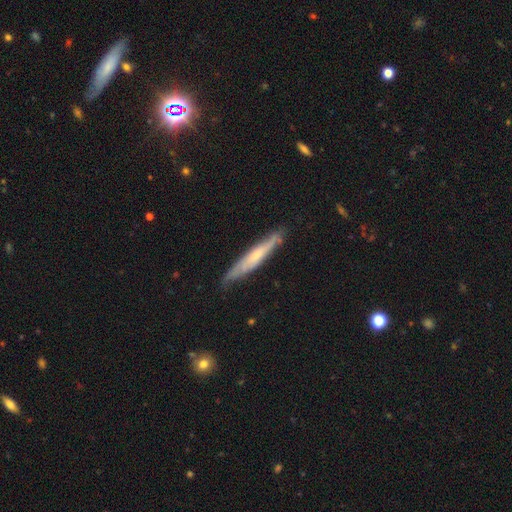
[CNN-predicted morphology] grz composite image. It shows a featured or disk galaxy (55%) viewed edge-on (82%). Merging: none (77%).